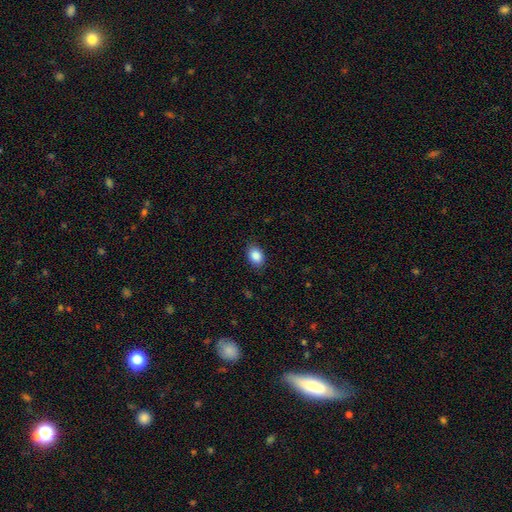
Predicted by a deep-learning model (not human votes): Overall: smooth (88%). How rounded: in between (79%). Merging: none (86%).